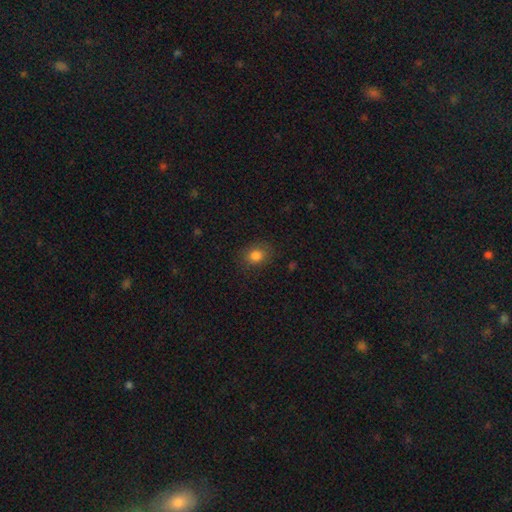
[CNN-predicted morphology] This is clearly a smooth galaxy (83%). How rounded: possibly round (52%). Merging: clearly none (82%).